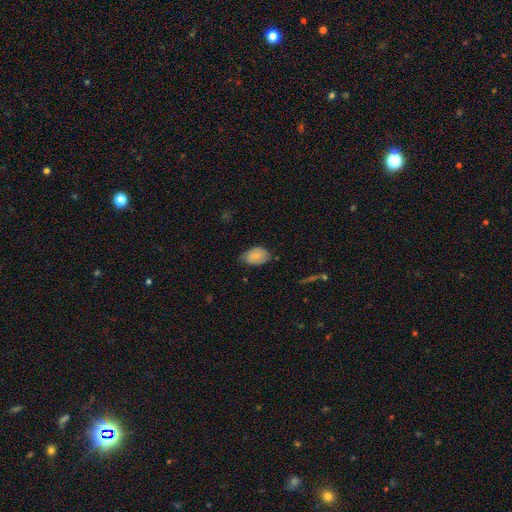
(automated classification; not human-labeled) Smooth or featured?
  - smooth: 65% *
  - featured or disk: 28%
  - star or artifact: 7%
How rounded?
  - in between: 85% *
  - round: 14%
  - cigar-shaped: 1%
Merging?
  - none: 62% *
  - minor disturbance: 30%
  - major disturbance: 6%
  - merger: 1%